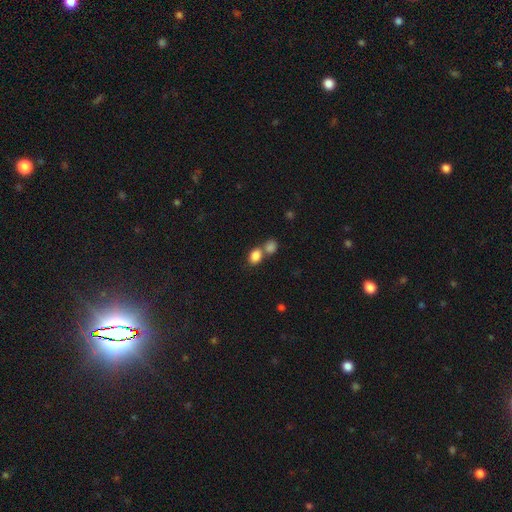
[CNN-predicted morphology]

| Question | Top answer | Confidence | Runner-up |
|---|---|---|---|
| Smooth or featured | smooth | 84% | star or artifact (9%) |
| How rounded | in between | 60% | round (39%) |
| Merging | merger | 50% | none (39%) |